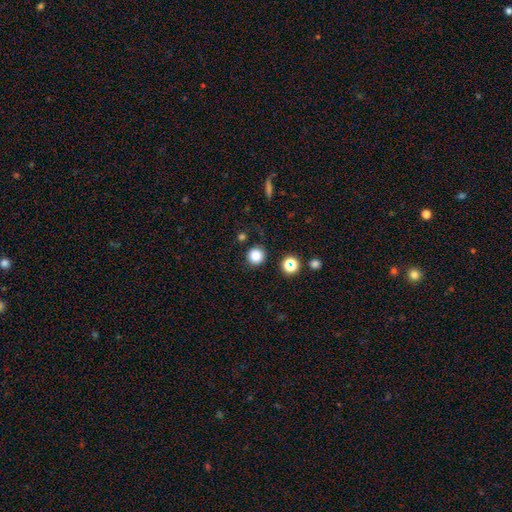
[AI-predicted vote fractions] Smooth or featured: smooth — 83% (star or artifact — 13%)
How rounded: round — 94% (in between — 5%)
Merging: none — 88% (minor disturbance — 7%)